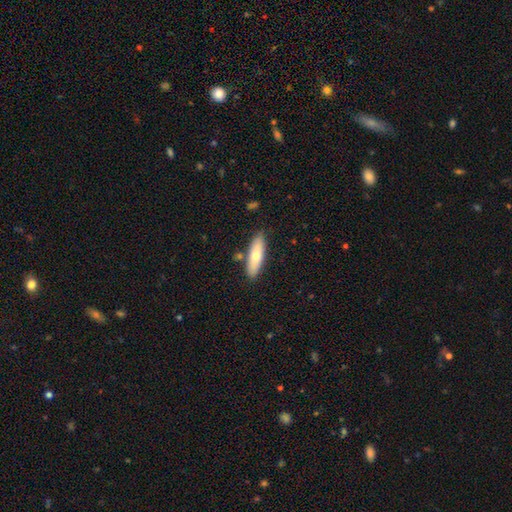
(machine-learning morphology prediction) Smooth or featured? smooth (67%)
How rounded? cigar-shaped (53%)
Merging? none (83%)